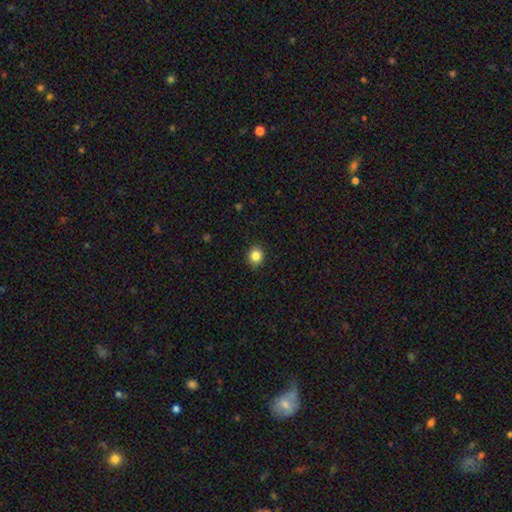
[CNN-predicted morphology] The model was most divided on "how rounded": round: 78%, in between: 22%, cigar-shaped: 1%. More confident: merging — none (90%); smooth or featured — smooth (85%).